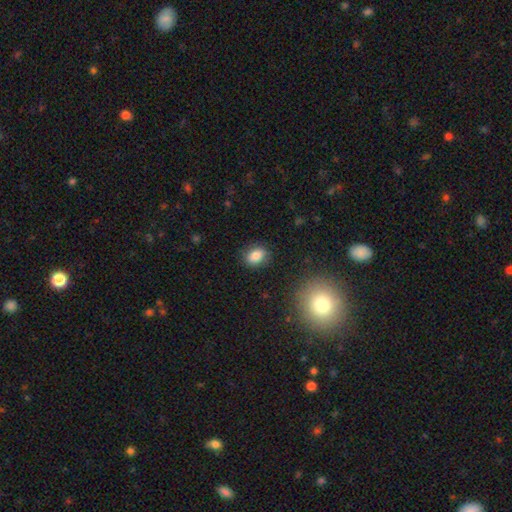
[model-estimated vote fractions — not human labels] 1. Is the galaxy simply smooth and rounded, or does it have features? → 83% smooth, 10% star or artifact, 7% featured or disk.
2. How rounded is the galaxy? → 67% in between, 32% round, 2% cigar-shaped.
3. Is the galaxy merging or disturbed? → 84% none, 11% minor disturbance, 3% major disturbance, 1% merger.